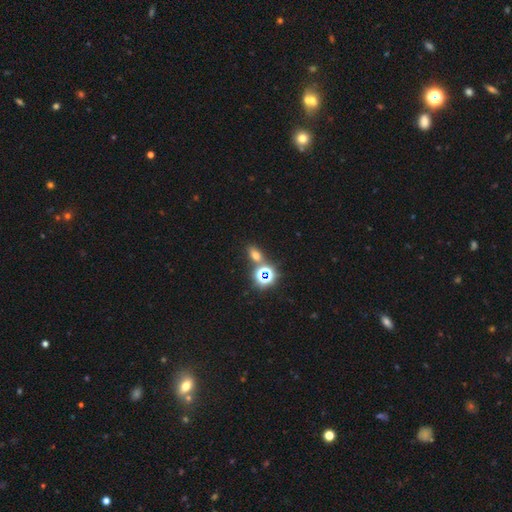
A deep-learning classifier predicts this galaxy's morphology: smooth 55%, star or artifact 35%, featured or disk 10%. Down the decision tree: how rounded — in between (71%); merging — none (70%).